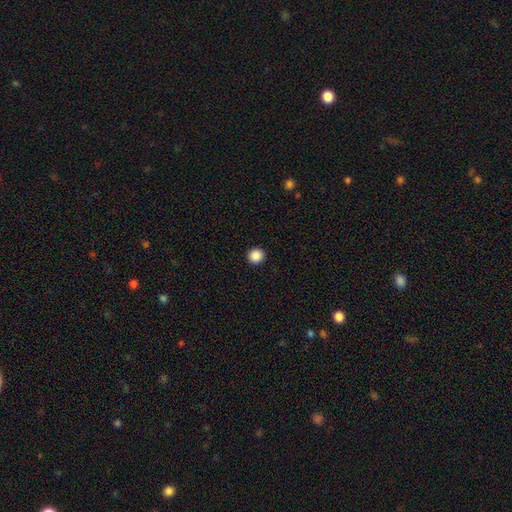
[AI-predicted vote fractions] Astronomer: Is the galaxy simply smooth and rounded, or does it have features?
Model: smooth — 88%.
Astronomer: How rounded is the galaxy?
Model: round — 93%.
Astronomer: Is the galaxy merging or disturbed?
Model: none — 93%.